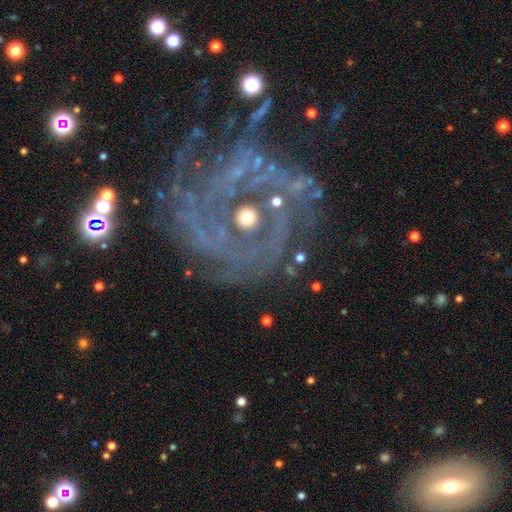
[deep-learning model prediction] Smooth or featured: featured or disk — 82% (star or artifact — 12%)
Edge-on disk: no — 97% (yes — 3%)
Bar: no — 72% (weak — 20%)
Spiral arms: yes — 88% (no — 12%)
Spiral winding: tight — 65% (medium — 26%)
Spiral arm count: can't tell — 35% (2 — 20%)
Bulge size: moderate — 46% (small — 41%)
Merging: none — 59% (major disturbance — 19%)